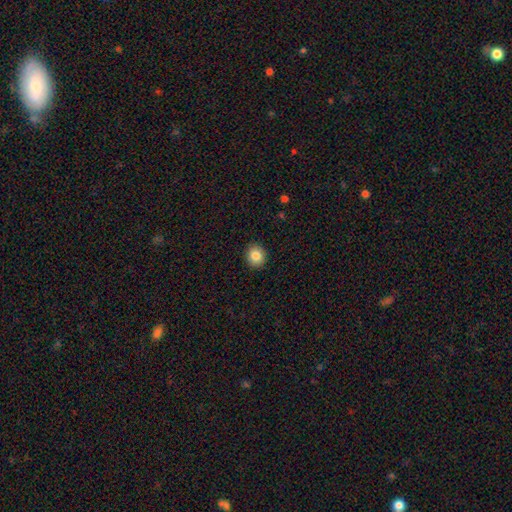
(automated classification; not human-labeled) Smooth or featured: smooth — 85% (star or artifact — 9%)
How rounded: round — 79% (in between — 20%)
Merging: none — 91% (minor disturbance — 6%)